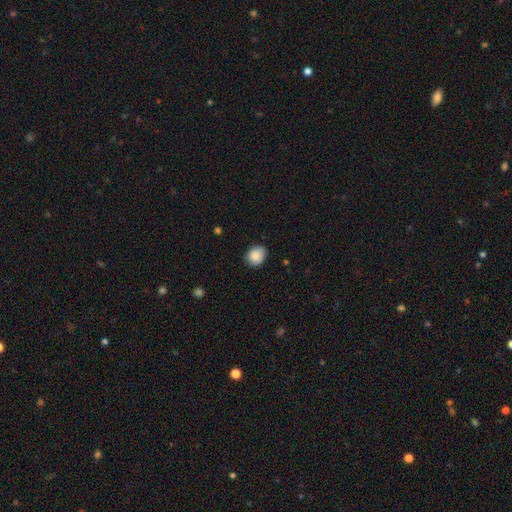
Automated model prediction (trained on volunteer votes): smooth_or_featured: smooth (p=0.87) [alt: star or artifact p=0.08]
how_rounded: round (p=0.65) [alt: in between p=0.34]
merging: none (p=0.83) [alt: minor disturbance p=0.13]